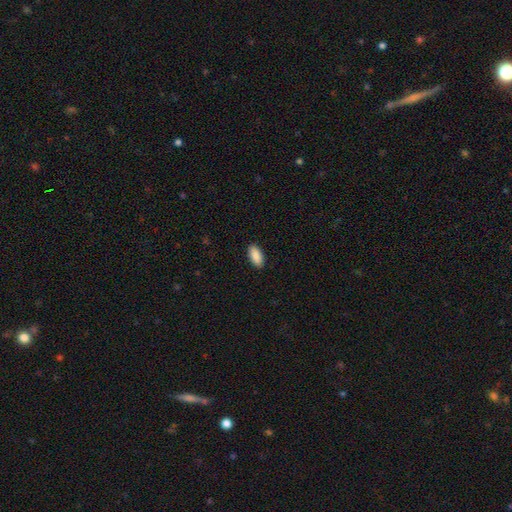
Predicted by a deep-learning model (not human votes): Smooth or featured? smooth (91%)
How rounded? in between (92%)
Merging? none (91%)